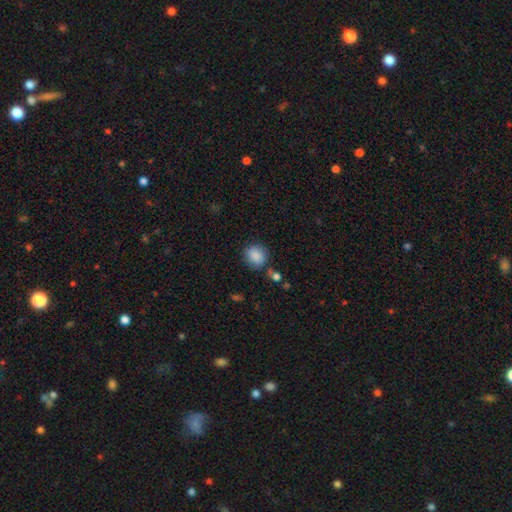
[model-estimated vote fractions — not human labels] Overall: smooth (87%). How rounded: round (73%). Merging: none (76%).